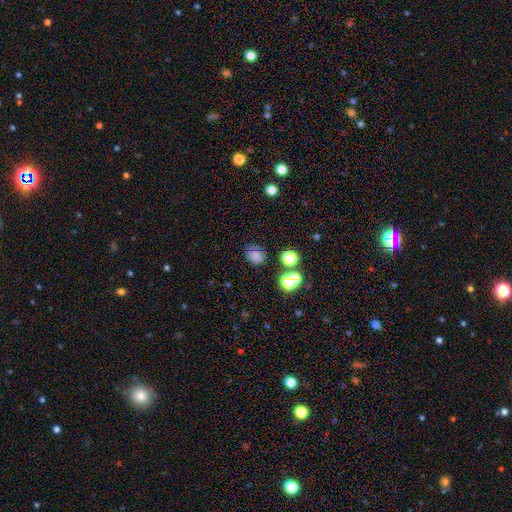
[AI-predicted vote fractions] Morphology: type=smooth (72%); roundness=round (75%); merging=none (69%).